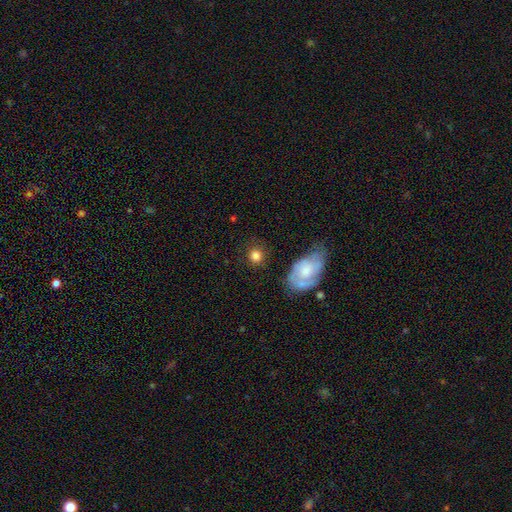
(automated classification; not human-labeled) Overall: smooth (81%). How rounded: round (79%). Merging: none (78%).